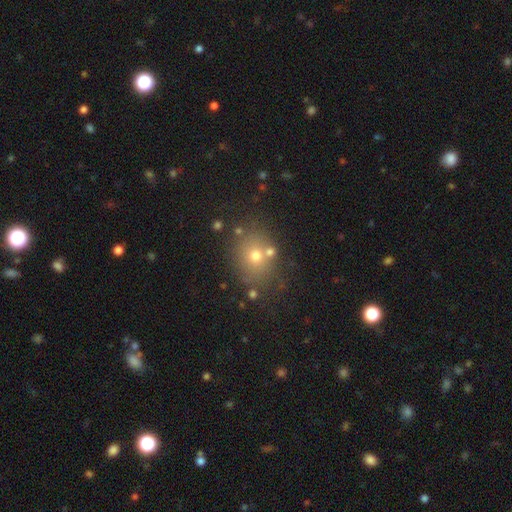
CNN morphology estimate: Q: Smooth or featured?
A: smooth (63%); runner-up: star or artifact (23%)
Q: How rounded?
A: round (61%); runner-up: in between (38%)
Q: Merging?
A: none (74%); runner-up: merger (12%)